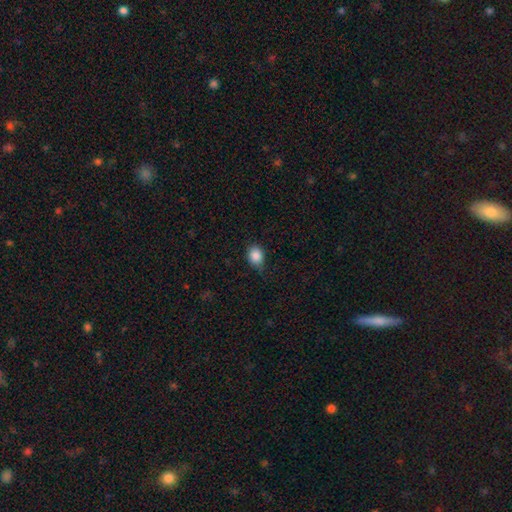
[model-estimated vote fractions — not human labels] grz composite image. It shows a smooth galaxy with no disk features (86%) that is round (52%). Merging: none (71%).